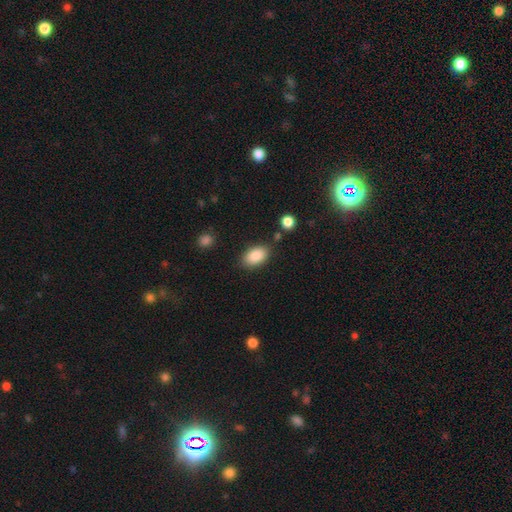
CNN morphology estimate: Smooth or featured: smooth — 88% (star or artifact — 7%)
How rounded: in between — 92% (round — 7%)
Merging: none — 80% (minor disturbance — 13%)